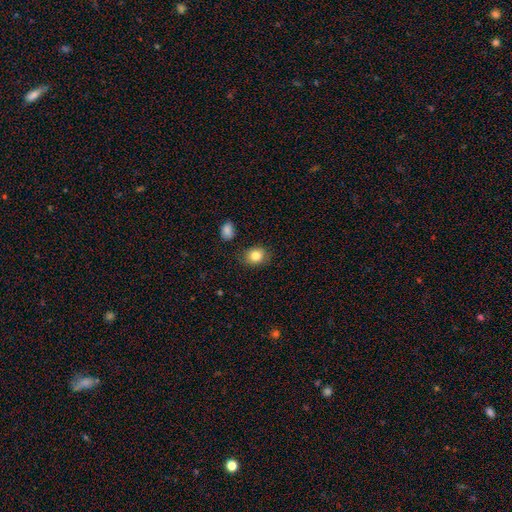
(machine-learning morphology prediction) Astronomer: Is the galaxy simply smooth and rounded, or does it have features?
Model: smooth — 83%.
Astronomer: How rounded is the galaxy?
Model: round — 54% (runner-up: in between, 45%).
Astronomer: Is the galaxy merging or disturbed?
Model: none — 83%.